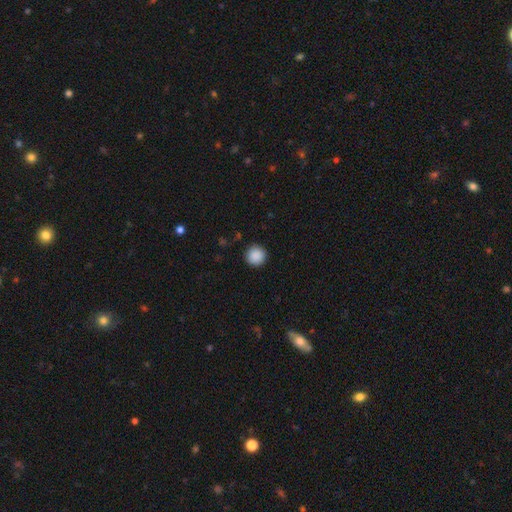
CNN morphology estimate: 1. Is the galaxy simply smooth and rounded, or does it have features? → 89% smooth, 8% star or artifact, 2% featured or disk.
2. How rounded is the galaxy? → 96% round, 3% in between, 1% cigar-shaped.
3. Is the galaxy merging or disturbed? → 91% none, 6% minor disturbance, 2% major disturbance, 1% merger.